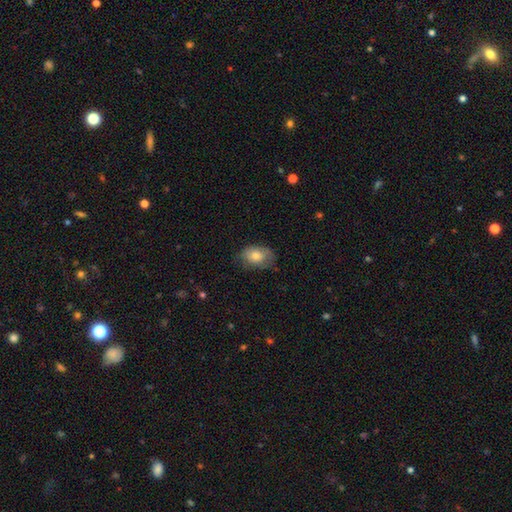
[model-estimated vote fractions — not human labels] Q: Smooth or featured?
A: smooth (74%); runner-up: featured or disk (18%)
Q: How rounded?
A: in between (83%); runner-up: round (16%)
Q: Merging?
A: none (68%); runner-up: minor disturbance (24%)